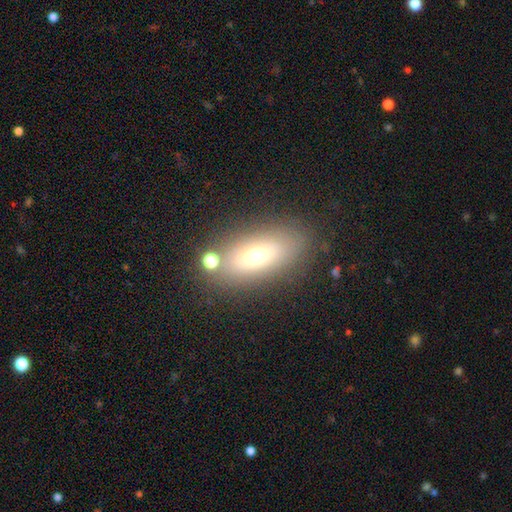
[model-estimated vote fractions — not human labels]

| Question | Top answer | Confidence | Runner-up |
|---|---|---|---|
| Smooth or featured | smooth | 63% | featured or disk (24%) |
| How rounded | in between | 77% | cigar-shaped (17%) |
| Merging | none | 75% | minor disturbance (12%) |